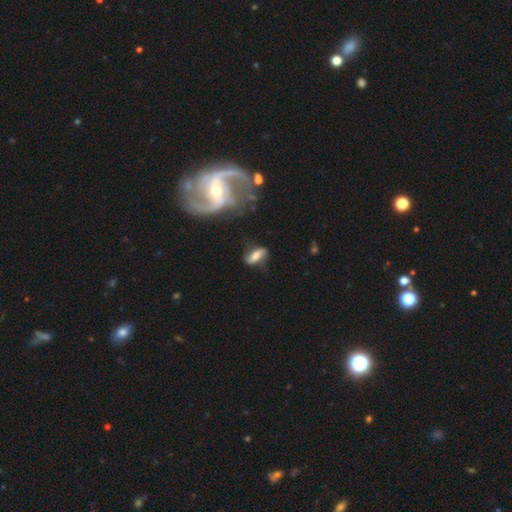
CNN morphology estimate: A smooth galaxy with no disk features (46%). Merging: none (63%).